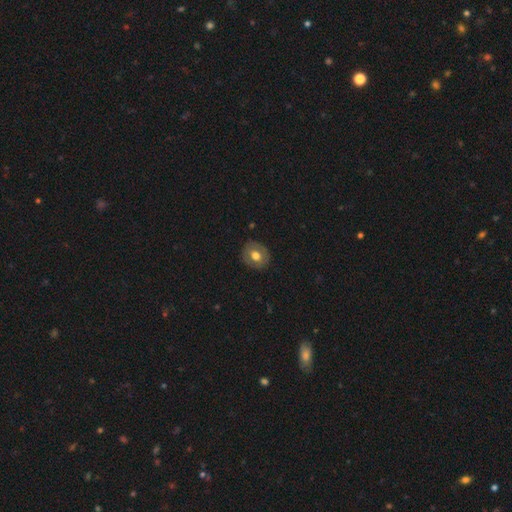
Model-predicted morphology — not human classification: smooth-or-featured: smooth: 59% | featured or disk: 33% | star or artifact: 7%
  how-rounded: round: 76% | in between: 24% | cigar-shaped: 1%
  merging: none: 85% | minor disturbance: 11% | major disturbance: 3% | merger: 1%